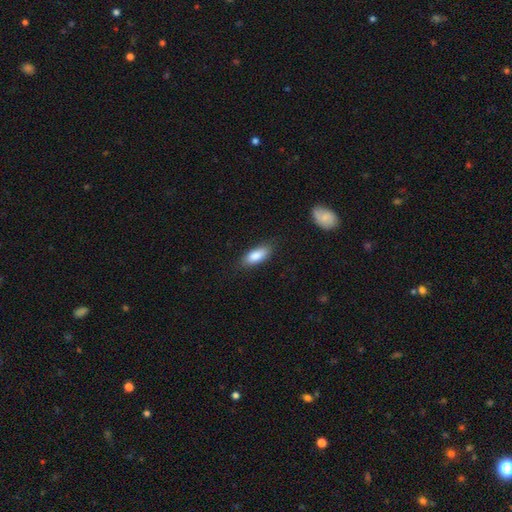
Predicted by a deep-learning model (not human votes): Overall: smooth (85%). How rounded: in between (78%). Merging: none (82%).